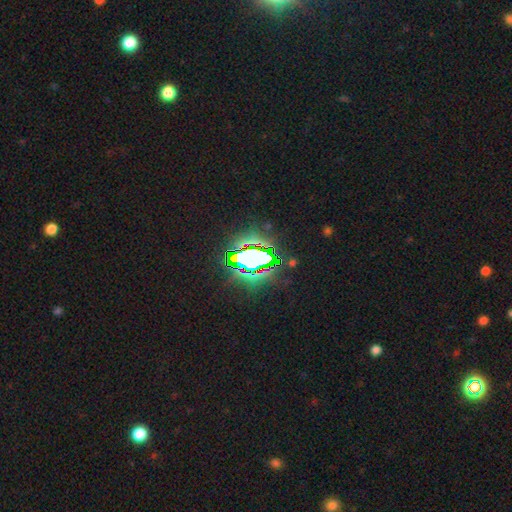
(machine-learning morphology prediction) A star or artifact, not a galaxy (83%).

Vote fractions:
- Smooth or featured? star or artifact: 83% / smooth: 10% / featured or disk: 8%